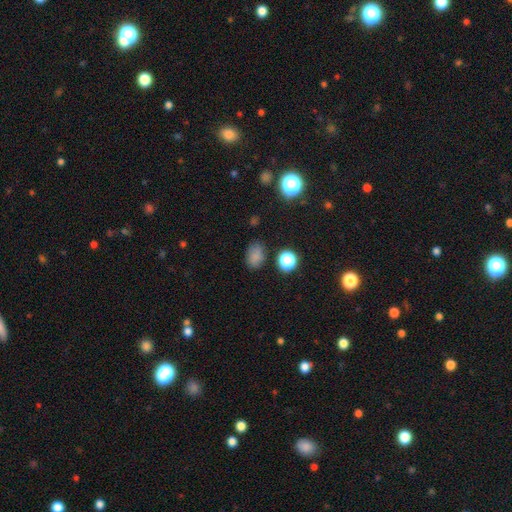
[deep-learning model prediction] Smooth or featured: smooth — 77% (star or artifact — 16%)
How rounded: in between — 76% (round — 23%)
Merging: none — 76% (minor disturbance — 17%)